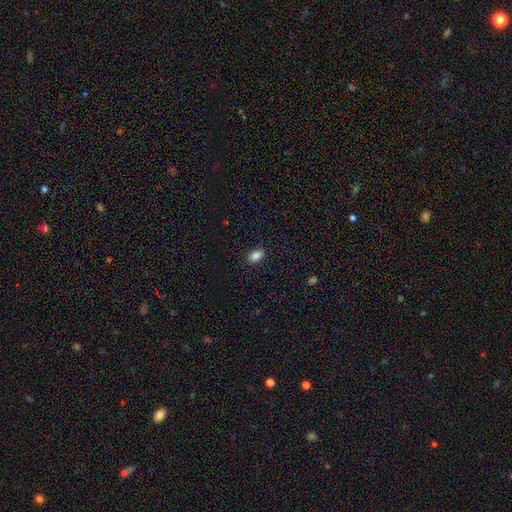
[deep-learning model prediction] This appears to be a smooth galaxy with no disk features (87%) that is in between round and cigar-shaped (88%). Merging: none (89%).